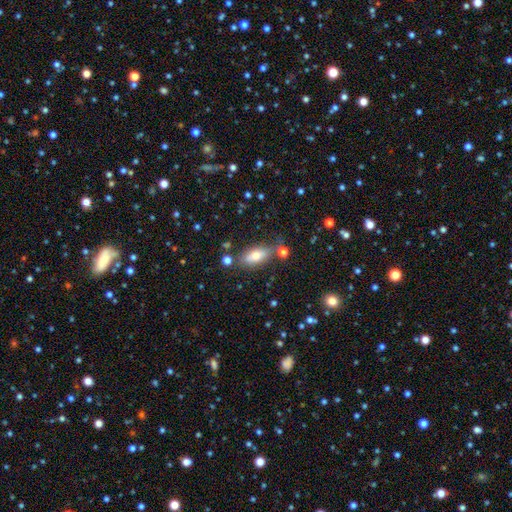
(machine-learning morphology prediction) This appears to be a smooth galaxy with no disk features (74%) that is in between round and cigar-shaped (81%). Merging: none (73%).